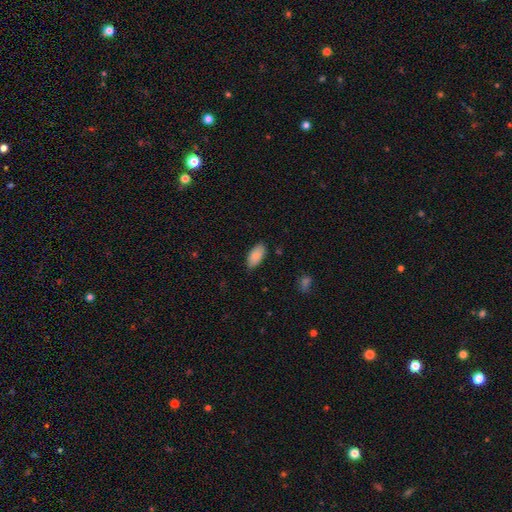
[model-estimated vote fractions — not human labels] Q: Smooth or featured?
A: smooth (88%); runner-up: star or artifact (6%)
Q: How rounded?
A: in between (93%); runner-up: cigar-shaped (5%)
Q: Merging?
A: none (84%); runner-up: minor disturbance (12%)